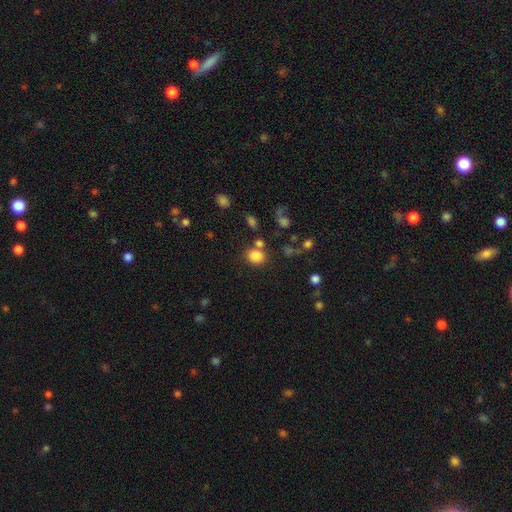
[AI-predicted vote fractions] A smooth galaxy with no disk features (82%) that is round (60%). Merging: none (68%).